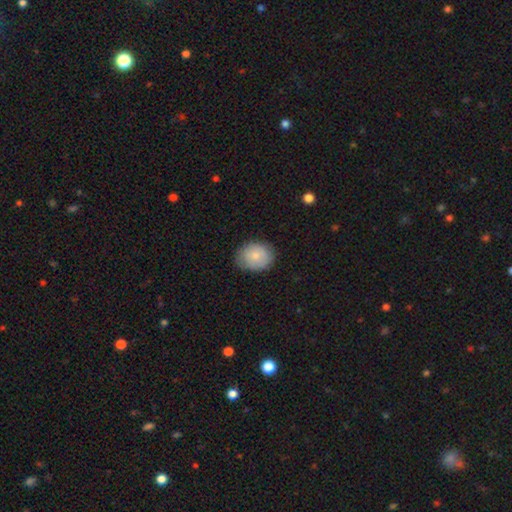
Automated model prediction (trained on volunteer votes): Smooth or featured?
  - smooth: 77% *
  - featured or disk: 16%
  - star or artifact: 7%
How rounded?
  - round: 53% *
  - in between: 46%
  - cigar-shaped: 1%
Merging?
  - none: 75% *
  - minor disturbance: 20%
  - major disturbance: 4%
  - merger: 1%